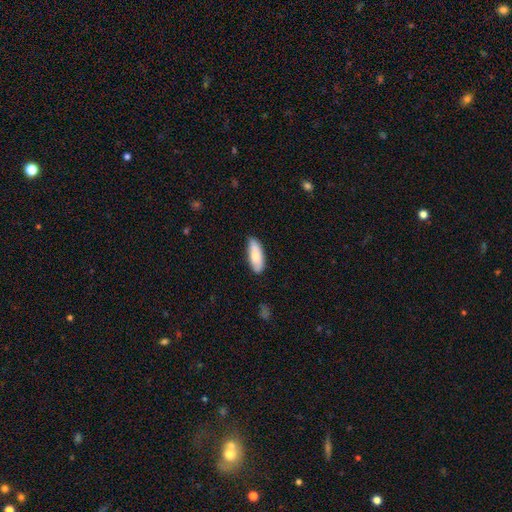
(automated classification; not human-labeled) This is likely a smooth galaxy (78%). How rounded: likely in between (71%). Merging: likely none (79%).